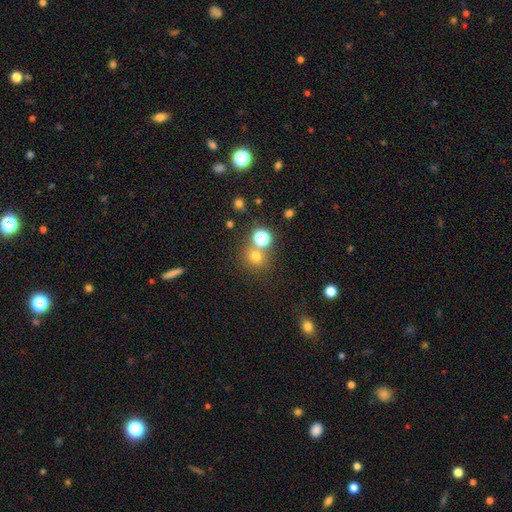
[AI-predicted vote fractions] This appears to be a smooth galaxy with no disk features (69%) that is round (86%). Merging: none (67%).